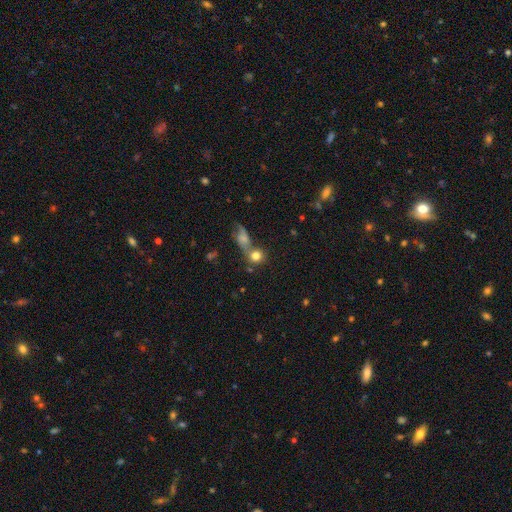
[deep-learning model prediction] smooth 74%, featured or disk 14%, star or artifact 12%. Down the decision tree: how rounded — round (83%); merging — none (44%).